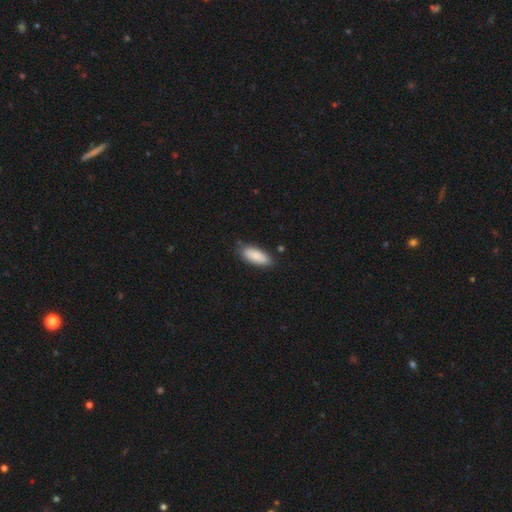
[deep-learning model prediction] smooth 86%, featured or disk 8%, star or artifact 6%. Down the decision tree: how rounded — in between (78%); merging — none (79%).